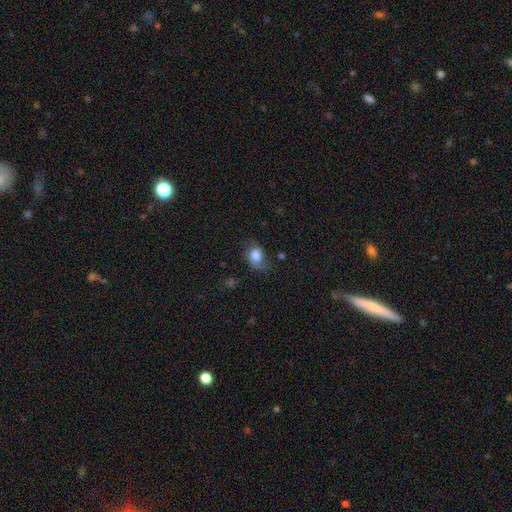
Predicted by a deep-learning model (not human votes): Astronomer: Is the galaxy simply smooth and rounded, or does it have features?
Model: smooth — 75%.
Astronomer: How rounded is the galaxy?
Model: in between — 63%.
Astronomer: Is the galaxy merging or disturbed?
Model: none — 51% (runner-up: minor disturbance, 30%).